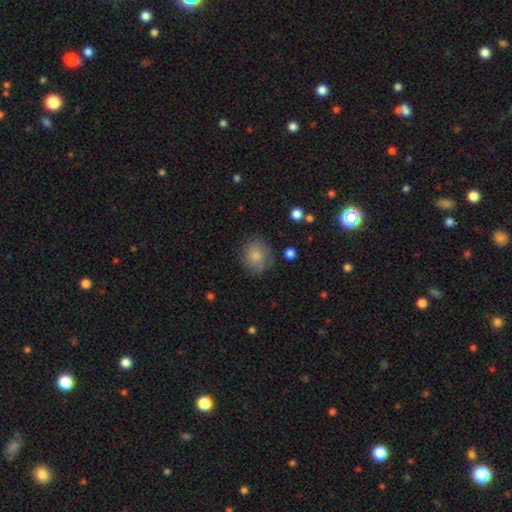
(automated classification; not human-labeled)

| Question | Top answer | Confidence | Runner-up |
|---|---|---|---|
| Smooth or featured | smooth | 79% | featured or disk (13%) |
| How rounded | round | 80% | in between (19%) |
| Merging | none | 74% | minor disturbance (19%) |